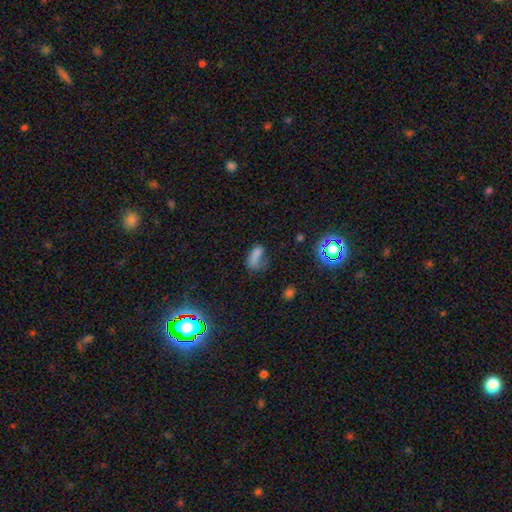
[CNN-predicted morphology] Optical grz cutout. It shows a smooth galaxy with no disk features (68%) that is in between round and cigar-shaped (79%). Merging: major disturbance (33%).